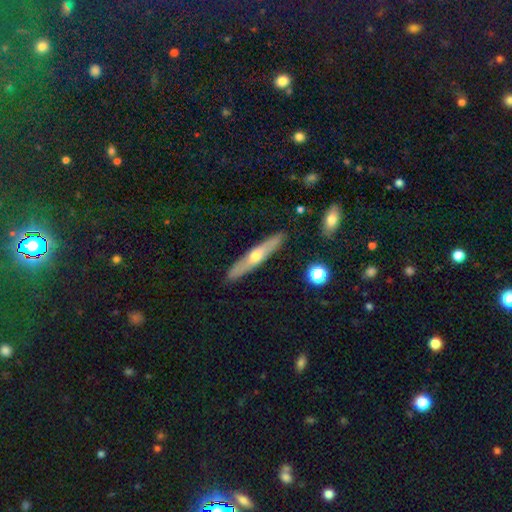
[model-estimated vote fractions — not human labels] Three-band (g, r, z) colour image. It shows a featured or disk galaxy (59%) viewed edge-on (91%) with a rounded central bulge (87%). Merging: none (89%).